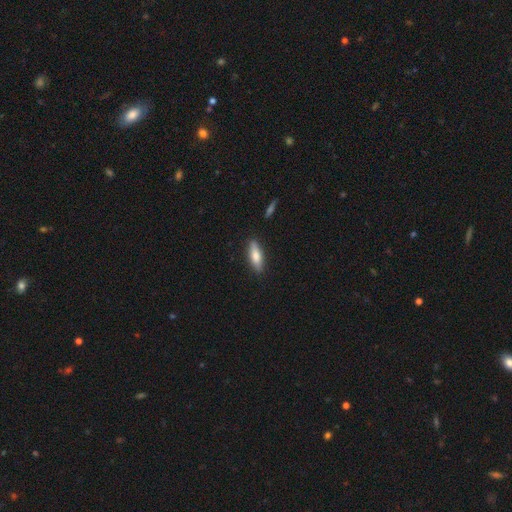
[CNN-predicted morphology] Smooth or featured? smooth (78%)
How rounded? in between (53%)
Merging? none (85%)